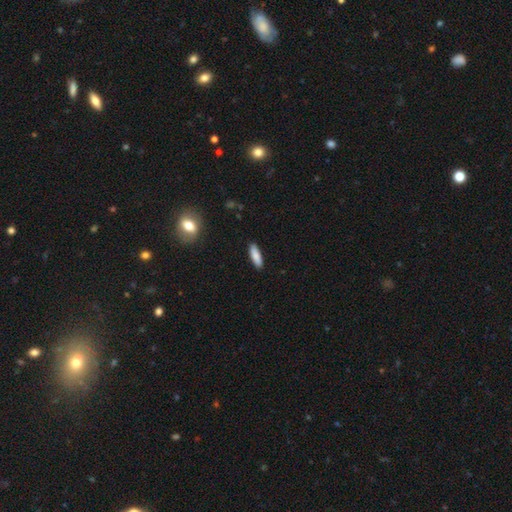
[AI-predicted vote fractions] This is clearly a smooth galaxy (86%). How rounded: possibly cigar-shaped (58%). Merging: clearly none (89%).